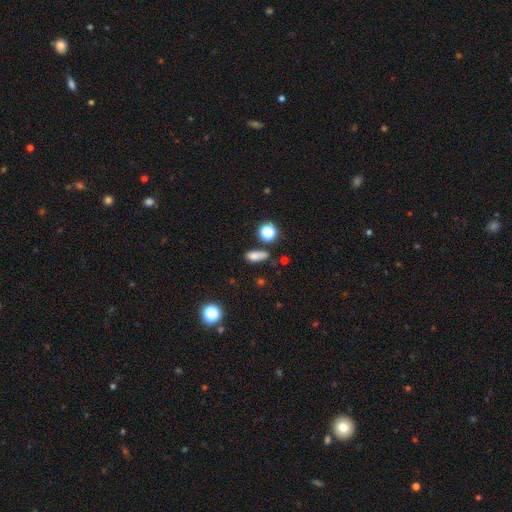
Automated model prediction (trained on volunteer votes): smooth 76%, star or artifact 15%, featured or disk 9%. Down the decision tree: how rounded — in between (68%); merging — none (62%).